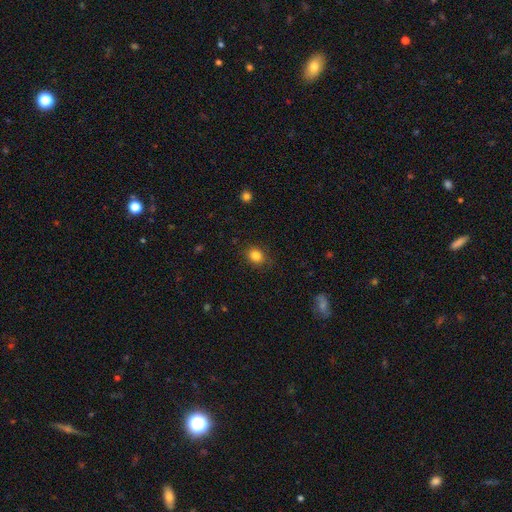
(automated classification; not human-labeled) Smooth or featured? Predicted: smooth (p=0.84). How rounded? Predicted: round (p=0.59). Merging? Predicted: none (p=0.84).